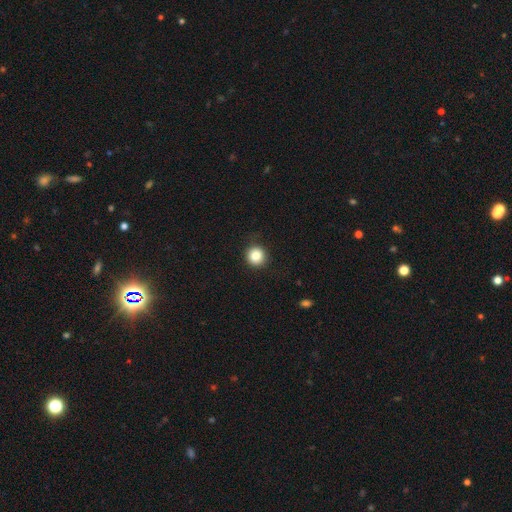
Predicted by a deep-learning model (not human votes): A smooth galaxy with no disk features (84%) that is round (92%). Merging: none (86%).